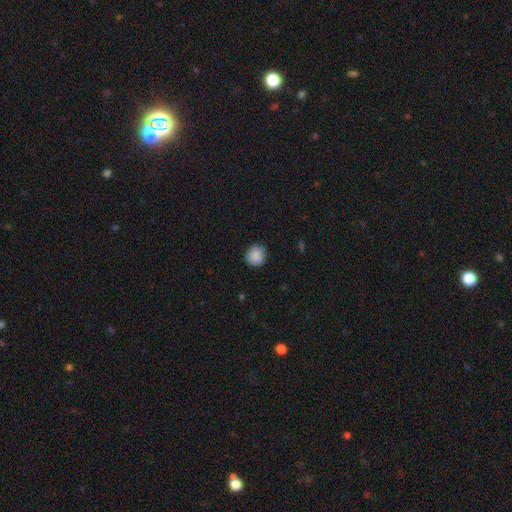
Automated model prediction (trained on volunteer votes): Q: Smooth or featured?
A: smooth (88%); runner-up: star or artifact (8%)
Q: How rounded?
A: round (89%); runner-up: in between (10%)
Q: Merging?
A: none (84%); runner-up: minor disturbance (13%)